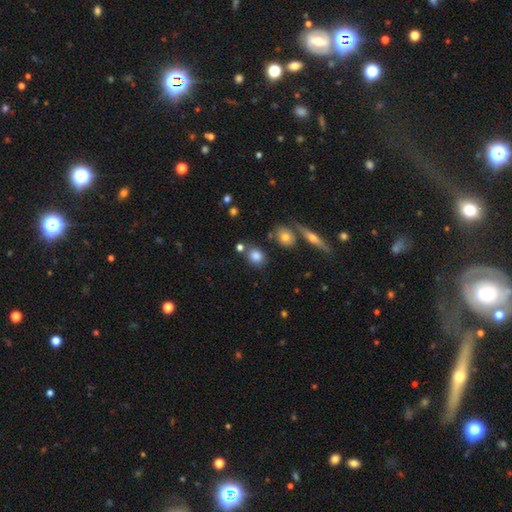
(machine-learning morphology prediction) A smooth galaxy with no disk features (81%) that is round (65%).

Vote fractions:
- Smooth or featured? smooth: 81% / star or artifact: 10% / featured or disk: 9%
- How rounded? round: 65% / in between: 33% / cigar-shaped: 3%
- Merging? none: 73% / merger: 12% / minor disturbance: 11% / major disturbance: 4%